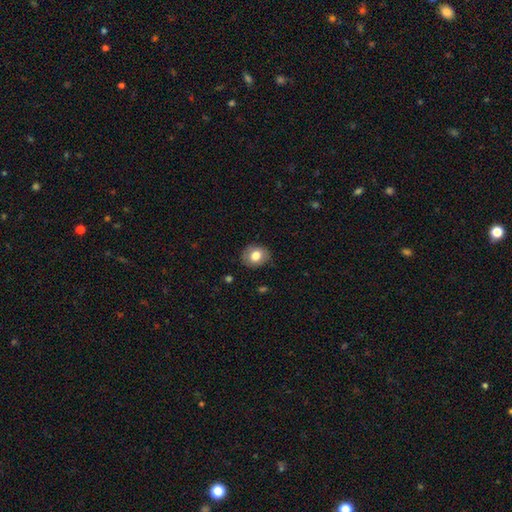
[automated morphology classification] smooth_or_featured: smooth (p=0.78) [alt: featured or disk p=0.13]
how_rounded: round (p=0.60) [alt: in between p=0.39]
merging: none (p=0.84) [alt: minor disturbance p=0.12]